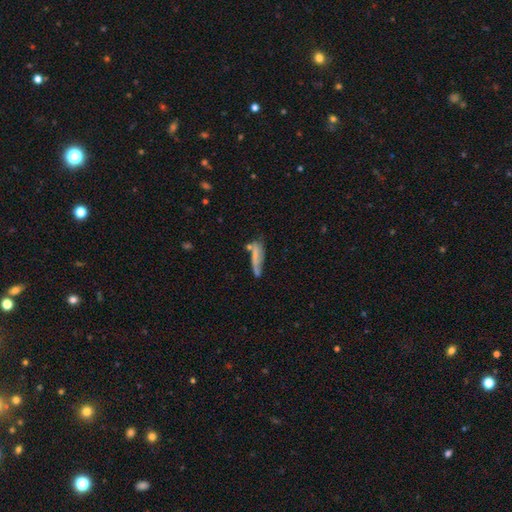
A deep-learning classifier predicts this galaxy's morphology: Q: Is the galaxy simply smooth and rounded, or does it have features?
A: smooth — 51%.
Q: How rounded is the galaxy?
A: cigar-shaped — 71%.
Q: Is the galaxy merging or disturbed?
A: none — 40%.